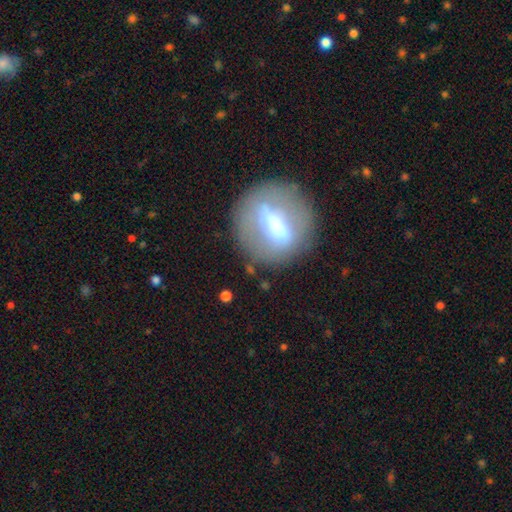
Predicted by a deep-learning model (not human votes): Q: Smooth or featured?
A: featured or disk (51%); runner-up: smooth (40%)
Q: Edge-on disk?
A: no (79%); runner-up: yes (21%)
Q: Merging?
A: none (74%); runner-up: minor disturbance (14%)